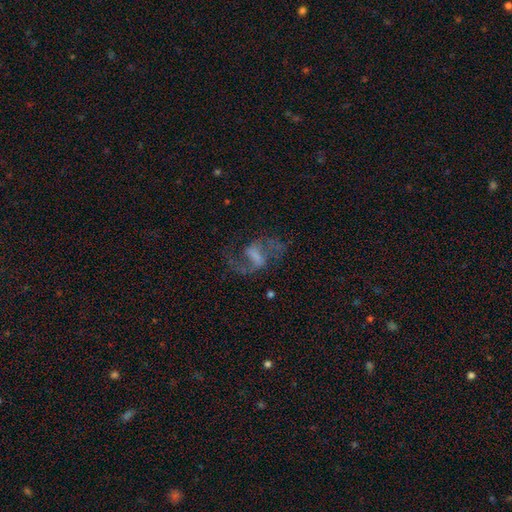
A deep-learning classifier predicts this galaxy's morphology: A featured or disk galaxy (78%) with a weak bar (48%), 2 (87%) loose (52%) spiral arms (92%) and no central bulge (42%). Merging: none (63%).